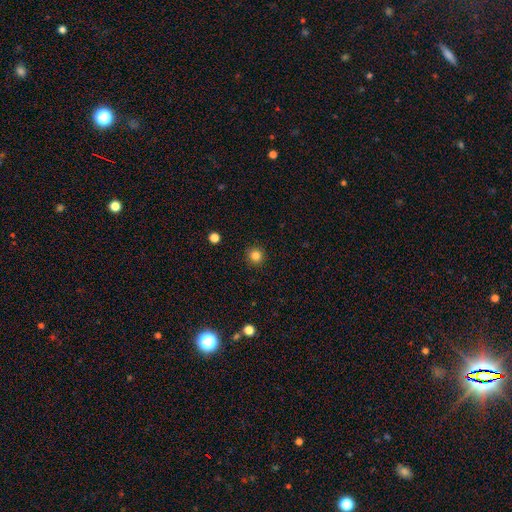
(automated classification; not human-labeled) Q: Smooth or featured?
A: smooth (83%); runner-up: star or artifact (12%)
Q: How rounded?
A: round (94%); runner-up: in between (5%)
Q: Merging?
A: none (92%); runner-up: minor disturbance (5%)